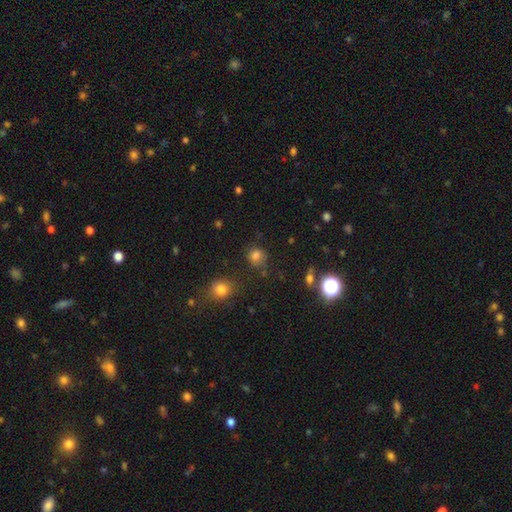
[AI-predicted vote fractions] The model was most divided on "merging": none: 71%, minor disturbance: 16%, major disturbance: 6%, merger: 6%. More confident: how rounded — round (82%); smooth or featured — smooth (77%).